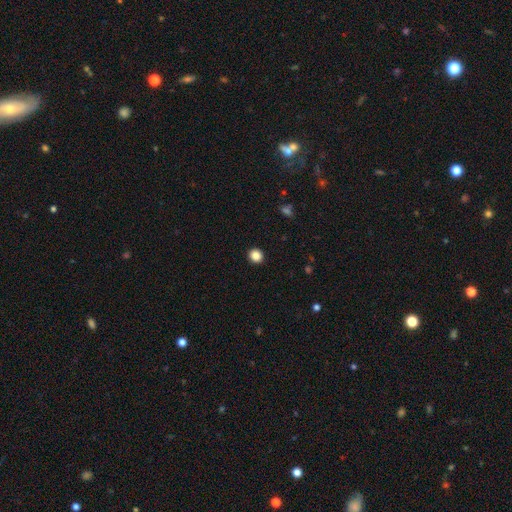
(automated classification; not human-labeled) smooth 86%, star or artifact 11%, featured or disk 4%. Down the decision tree: how rounded — round (89%); merging — none (93%).